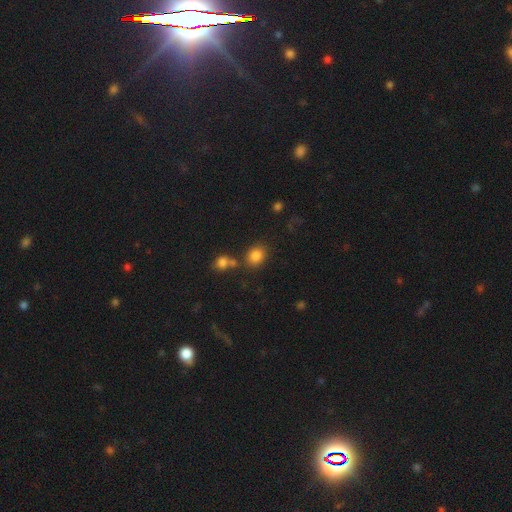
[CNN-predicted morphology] This is clearly a smooth galaxy (83%). How rounded: likely round (61%). Merging: likely none (72%).